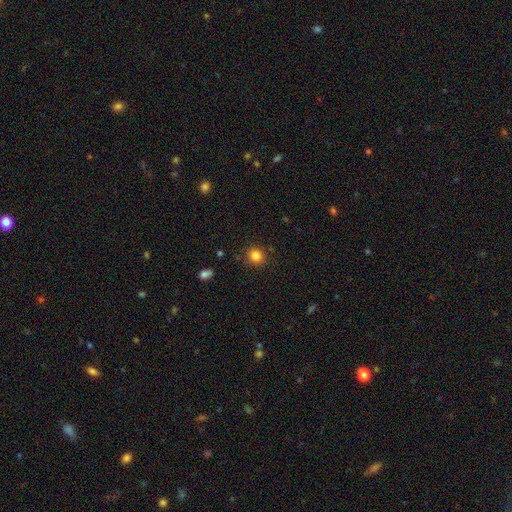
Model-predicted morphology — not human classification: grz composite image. It shows a smooth galaxy with no disk features (83%) that is round (90%). Merging: none (88%).